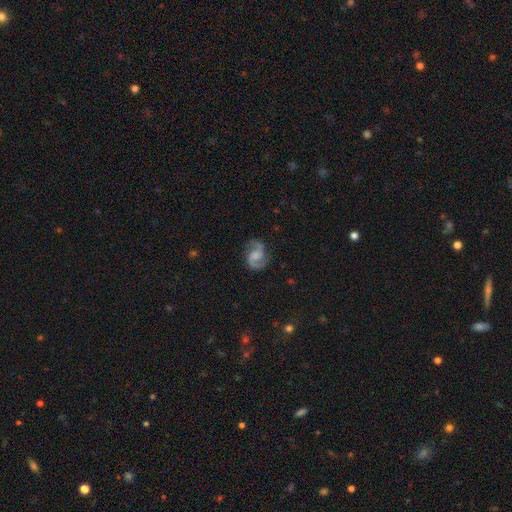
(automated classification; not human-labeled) A featured or disk galaxy (87%) with no bar (46%), 2 (94%) medium (54%) spiral arms (97%) and no central bulge (38%). Merging: none (80%).